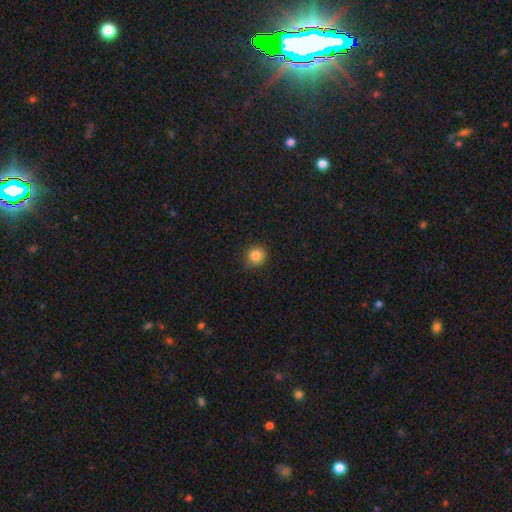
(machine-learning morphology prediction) Smooth or featured: smooth — 85% (star or artifact — 11%)
How rounded: round — 89% (in between — 11%)
Merging: none — 85% (minor disturbance — 11%)